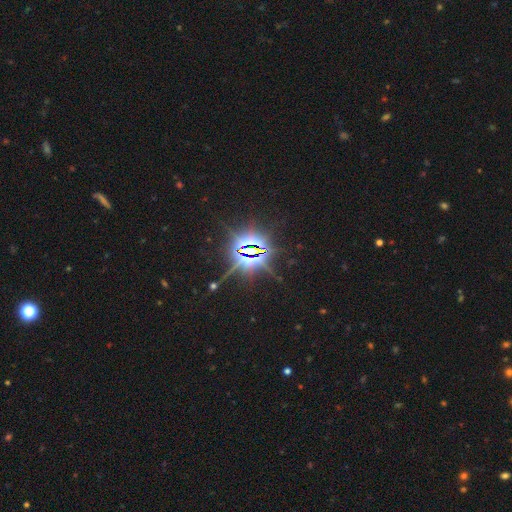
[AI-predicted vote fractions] Overall: star or artifact (86%).